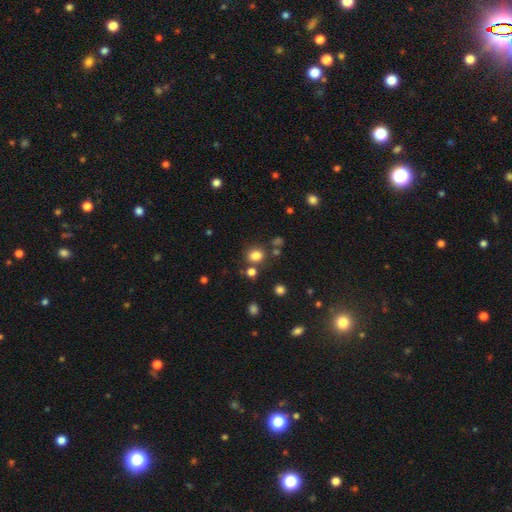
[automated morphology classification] Smooth or featured?
  - smooth: 81% *
  - star or artifact: 14%
  - featured or disk: 6%
How rounded?
  - round: 69% *
  - in between: 31%
  - cigar-shaped: 1%
Merging?
  - none: 76% *
  - minor disturbance: 10%
  - merger: 9%
  - major disturbance: 4%